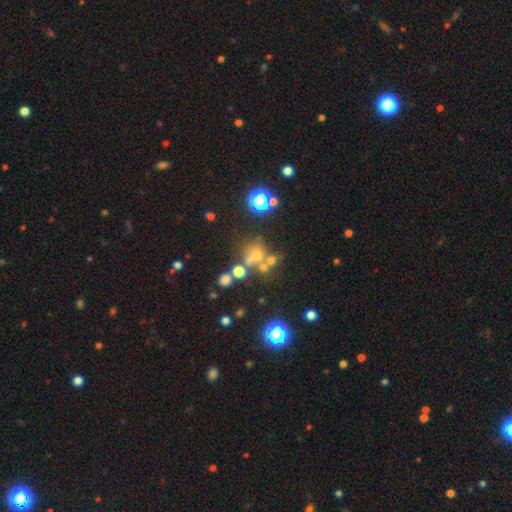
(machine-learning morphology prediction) smooth-or-featured: smooth: 47% | star or artifact: 35% | featured or disk: 18%
  merging: none: 53% | merger: 28% | minor disturbance: 11% | major disturbance: 7%